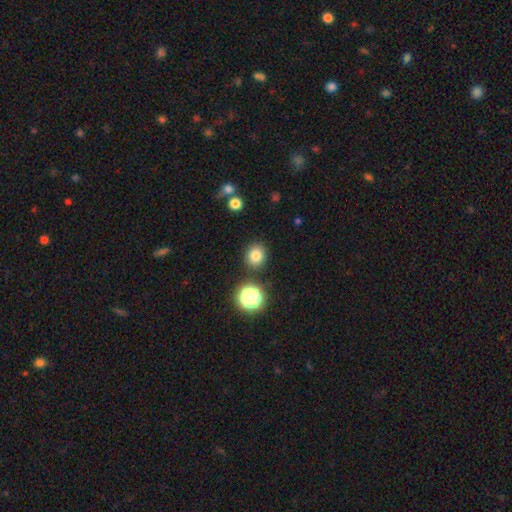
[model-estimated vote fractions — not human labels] Smooth or featured? smooth (80%)
How rounded? round (82%)
Merging? none (86%)